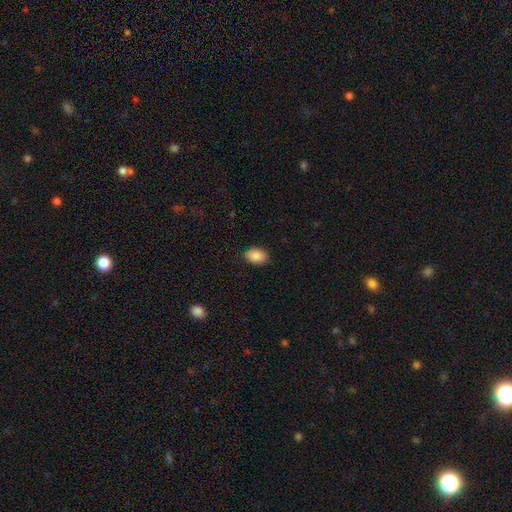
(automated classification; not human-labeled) Smooth or featured?
  - smooth: 89% *
  - star or artifact: 7%
  - featured or disk: 4%
How rounded?
  - in between: 84% *
  - round: 15%
  - cigar-shaped: 1%
Merging?
  - none: 84% *
  - minor disturbance: 12%
  - major disturbance: 2%
  - merger: 1%